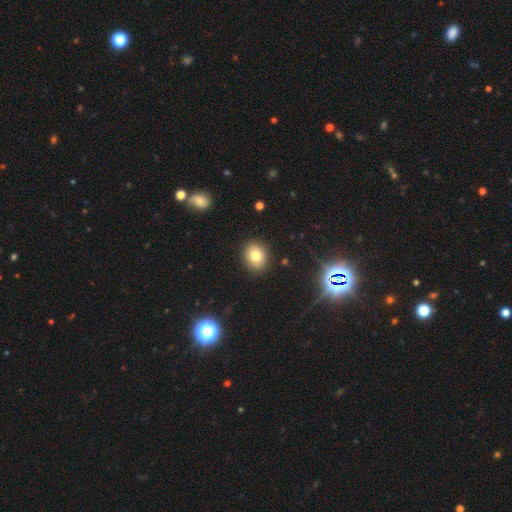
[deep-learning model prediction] The model was most divided on "how rounded": round: 65%, in between: 34%, cigar-shaped: 1%. More confident: merging — none (89%); smooth or featured — smooth (78%).